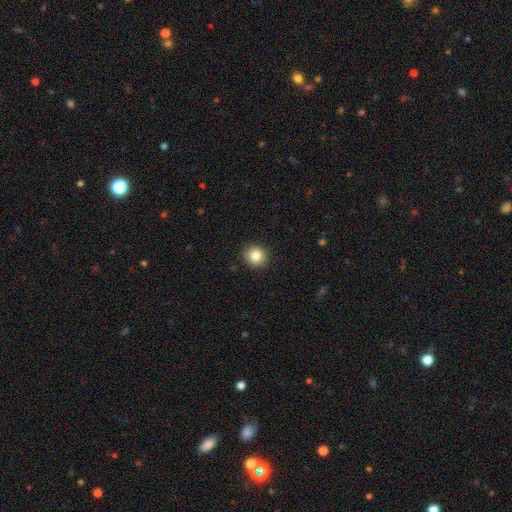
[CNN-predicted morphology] This appears to be a smooth galaxy with no disk features (83%) that is round (89%). Merging: none (91%).